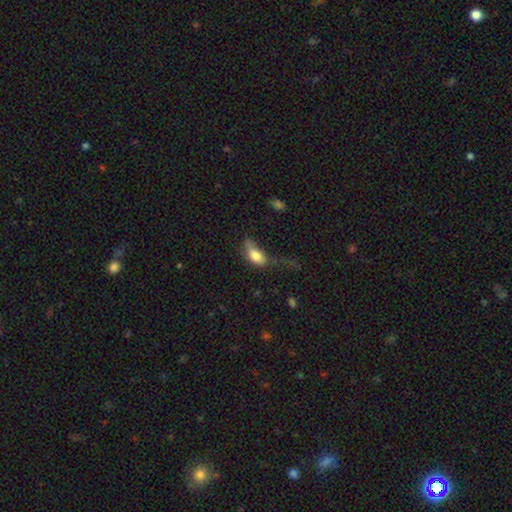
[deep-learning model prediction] smooth 75%, featured or disk 17%, star or artifact 9%. Down the decision tree: how rounded — in between (86%); merging — major disturbance (44%).